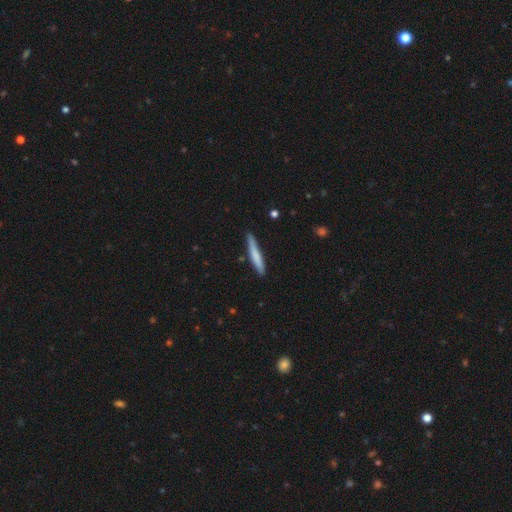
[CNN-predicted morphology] A smooth galaxy with no disk features (72%) that is cigar-shaped (95%).

Vote fractions:
- Smooth or featured? smooth: 72% / featured or disk: 23% / star or artifact: 5%
- How rounded? cigar-shaped: 95% / in between: 4% / round: 1%
- Merging? none: 84% / minor disturbance: 12% / merger: 2% / major disturbance: 2%